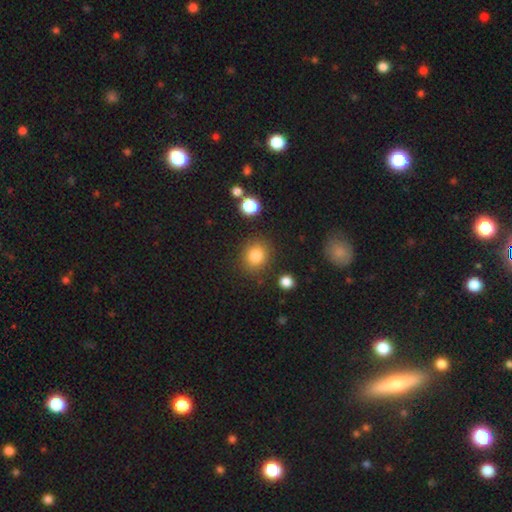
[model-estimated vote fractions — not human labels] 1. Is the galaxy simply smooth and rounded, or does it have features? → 84% smooth, 11% star or artifact, 6% featured or disk.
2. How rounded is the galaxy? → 76% round, 23% in between, 1% cigar-shaped.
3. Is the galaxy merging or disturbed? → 84% none, 10% minor disturbance, 3% merger, 3% major disturbance.